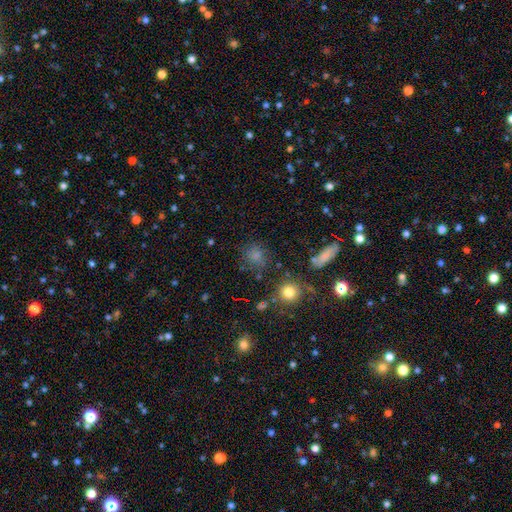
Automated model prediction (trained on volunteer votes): A smooth galaxy with no disk features (74%) that is round (80%).

Vote fractions:
- Smooth or featured? smooth: 74% / star or artifact: 19% / featured or disk: 7%
- How rounded? round: 80% / in between: 18% / cigar-shaped: 2%
- Merging? none: 72% / minor disturbance: 15% / major disturbance: 7% / merger: 6%